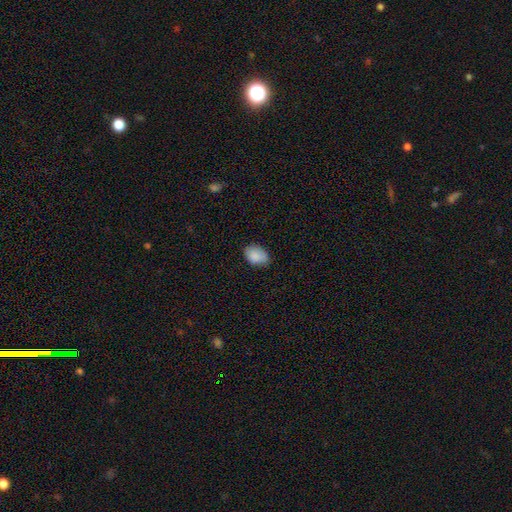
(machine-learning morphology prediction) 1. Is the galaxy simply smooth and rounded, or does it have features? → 87% smooth, 7% star or artifact, 5% featured or disk.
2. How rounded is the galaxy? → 83% in between, 16% round, 1% cigar-shaped.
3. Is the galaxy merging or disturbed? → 70% none, 24% minor disturbance, 4% major disturbance, 1% merger.